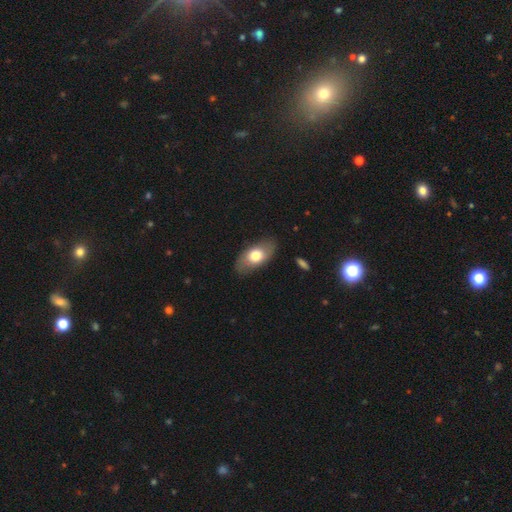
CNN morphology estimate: smooth_or_featured: smooth (p=0.65) [alt: featured or disk p=0.29]
how_rounded: in between (p=0.90) [alt: round p=0.06]
merging: none (p=0.82) [alt: minor disturbance p=0.13]